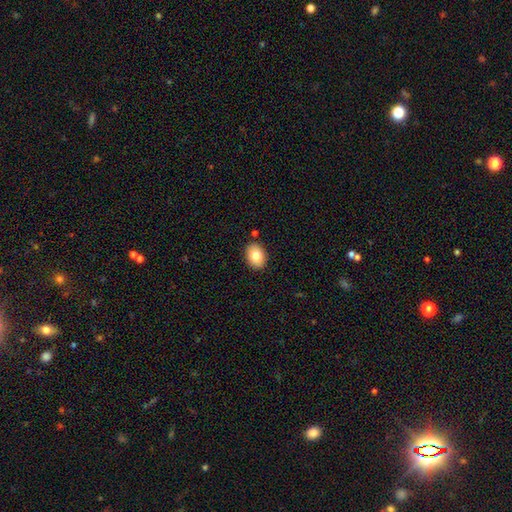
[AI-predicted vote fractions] Morphology: type=smooth (81%); roundness=in between (69%); merging=none (87%).